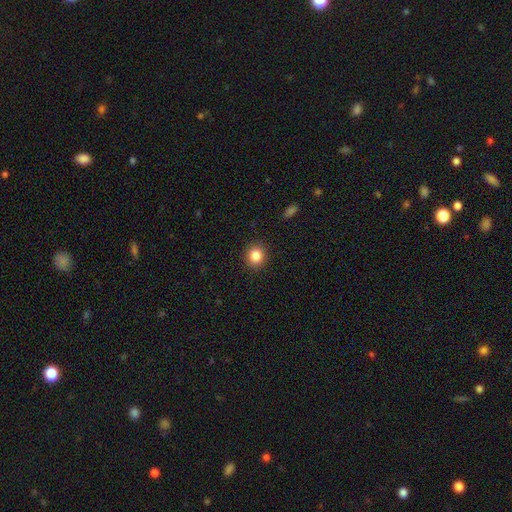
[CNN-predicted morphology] type=smooth (84%); roundness=round (85%); merging=none (91%).